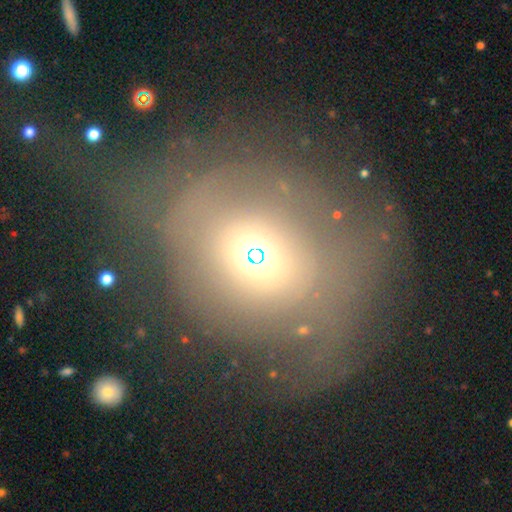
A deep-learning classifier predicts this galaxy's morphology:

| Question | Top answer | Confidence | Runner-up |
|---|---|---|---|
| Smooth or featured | smooth | 53% | star or artifact (24%) |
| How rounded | round | 61% | in between (37%) |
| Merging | none | 64% | minor disturbance (15%) |